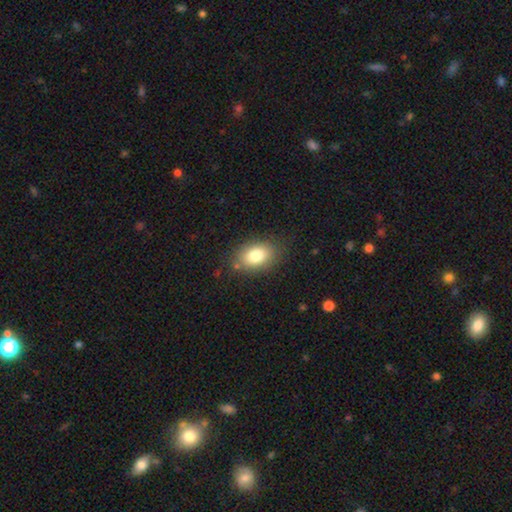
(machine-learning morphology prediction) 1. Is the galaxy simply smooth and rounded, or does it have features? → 81% smooth, 11% featured or disk, 9% star or artifact.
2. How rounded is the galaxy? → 83% in between, 16% round, 1% cigar-shaped.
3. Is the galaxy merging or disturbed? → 81% none, 13% minor disturbance, 4% major disturbance, 2% merger.